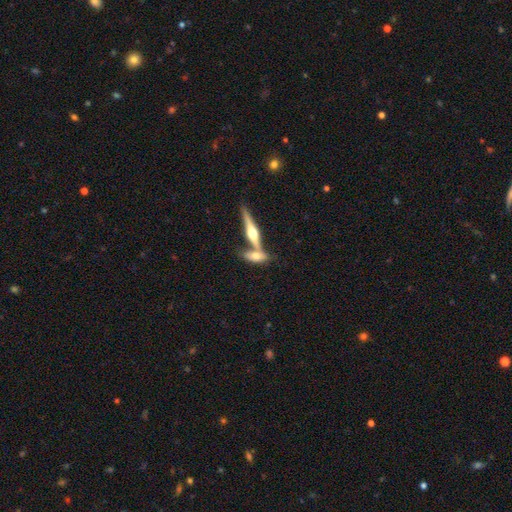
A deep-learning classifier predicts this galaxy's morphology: smooth-or-featured: featured or disk: 49% | smooth: 45% | star or artifact: 6%
  merging: merger: 45% | none: 43% | minor disturbance: 9% | major disturbance: 3%